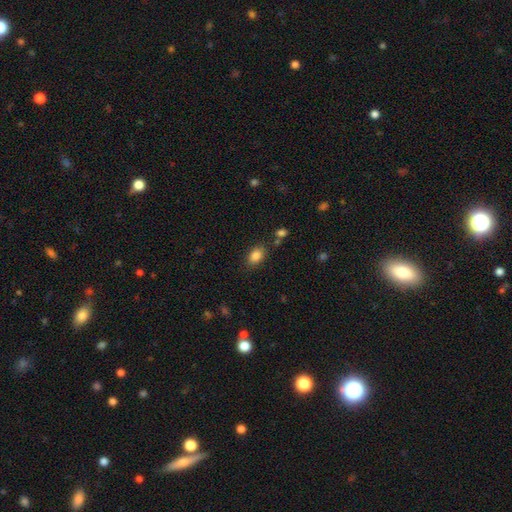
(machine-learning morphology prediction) Smooth or featured? Predicted: smooth (p=0.85). How rounded? Predicted: in between (p=0.80). Merging? Predicted: none (p=0.80).